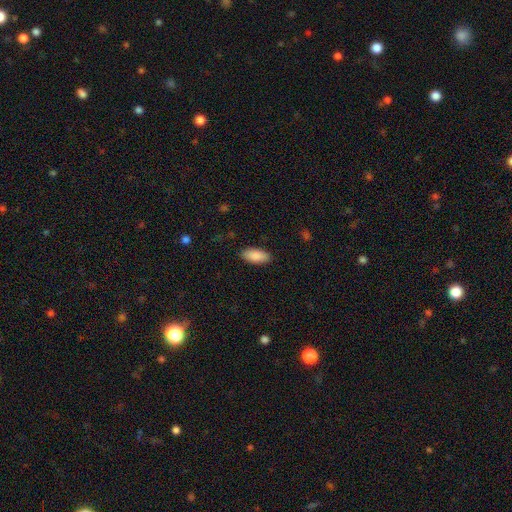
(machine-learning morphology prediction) This appears to be a smooth galaxy with no disk features (89%) that is in between round and cigar-shaped (90%). Merging: none (88%).